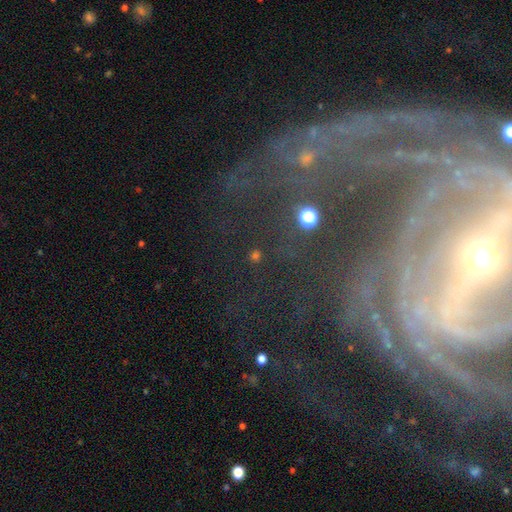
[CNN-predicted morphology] star or artifact 52%, smooth 32%, featured or disk 16%.